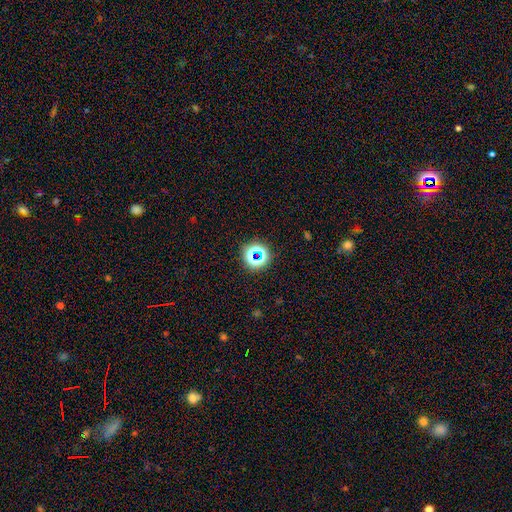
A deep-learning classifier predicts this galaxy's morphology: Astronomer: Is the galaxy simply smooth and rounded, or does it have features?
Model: star or artifact — 60%.